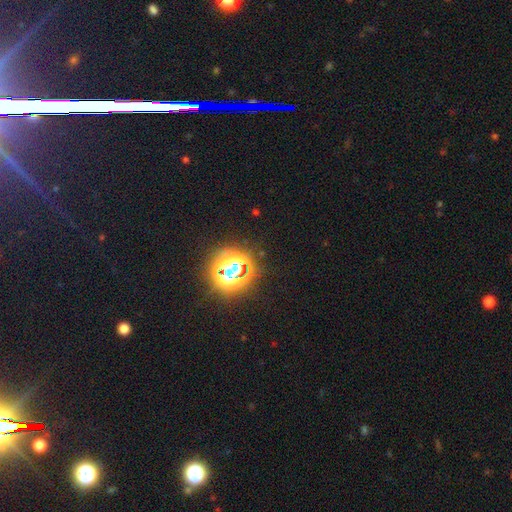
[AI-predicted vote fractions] Q: Smooth or featured?
A: star or artifact (76%); runner-up: smooth (17%)